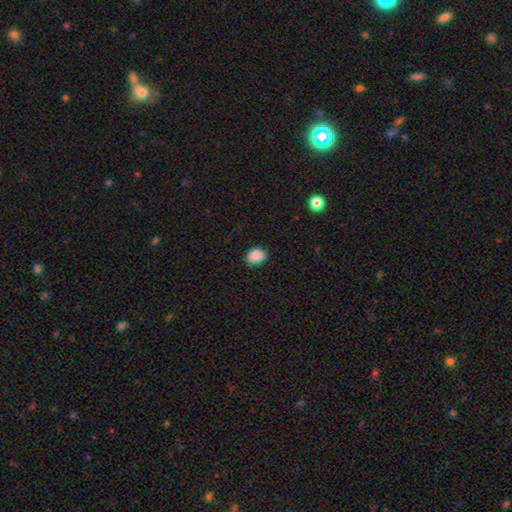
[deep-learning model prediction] Smooth or featured? smooth (89%)
How rounded? in between (64%)
Merging? none (83%)